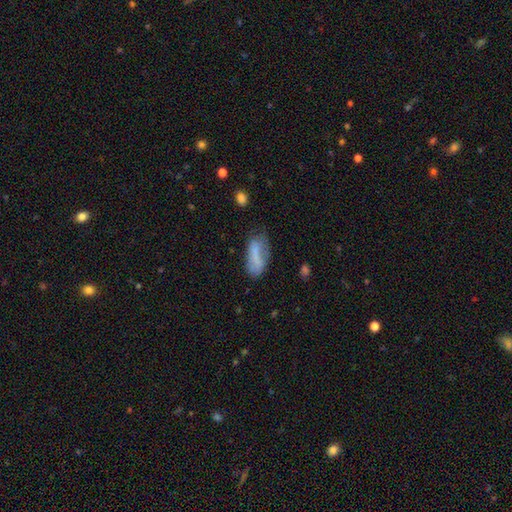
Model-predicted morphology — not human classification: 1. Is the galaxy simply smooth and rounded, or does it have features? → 69% smooth, 22% featured or disk, 9% star or artifact.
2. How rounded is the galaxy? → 76% in between, 21% cigar-shaped, 2% round.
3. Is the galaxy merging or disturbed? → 48% none, 31% minor disturbance, 16% major disturbance, 4% merger.